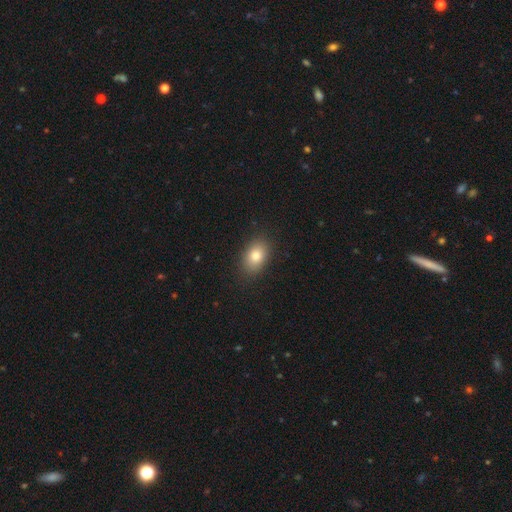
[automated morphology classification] Smooth or featured? Predicted: smooth (p=0.81). How rounded? Predicted: in between (p=0.83). Merging? Predicted: none (p=0.86).